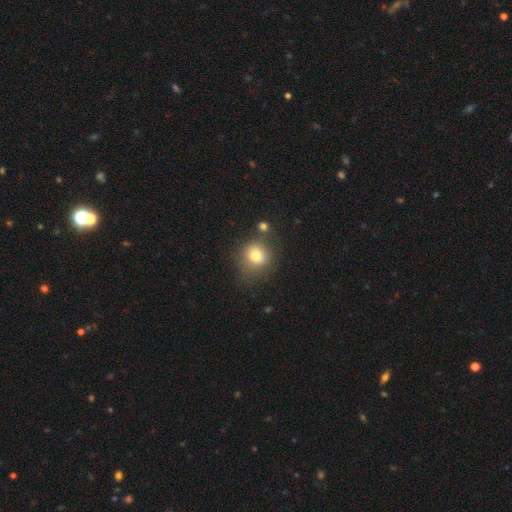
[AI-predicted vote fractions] Smooth or featured: smooth — 77% (featured or disk — 12%)
How rounded: round — 82% (in between — 17%)
Merging: none — 66% (minor disturbance — 18%)